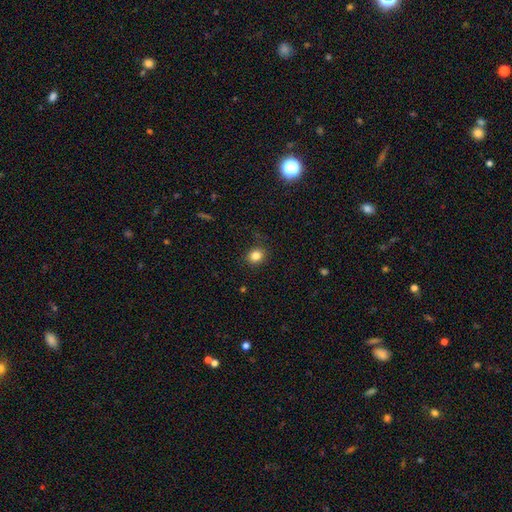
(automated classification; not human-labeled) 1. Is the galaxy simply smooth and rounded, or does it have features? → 83% smooth, 12% star or artifact, 5% featured or disk.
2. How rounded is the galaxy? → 70% round, 29% in between, 1% cigar-shaped.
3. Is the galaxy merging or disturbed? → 87% none, 9% minor disturbance, 3% major disturbance, 1% merger.